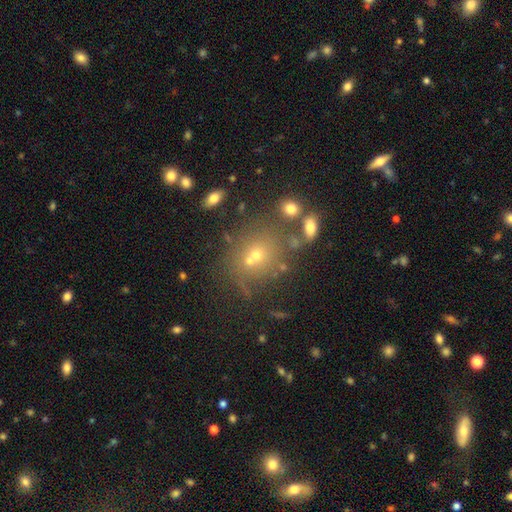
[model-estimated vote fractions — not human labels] A smooth galaxy with no disk features (55%) that is round (70%).

Vote fractions:
- Smooth or featured? smooth: 55% / star or artifact: 25% / featured or disk: 20%
- How rounded? round: 70% / in between: 28% / cigar-shaped: 1%
- Merging? none: 53% / merger: 29% / minor disturbance: 12% / major disturbance: 6%